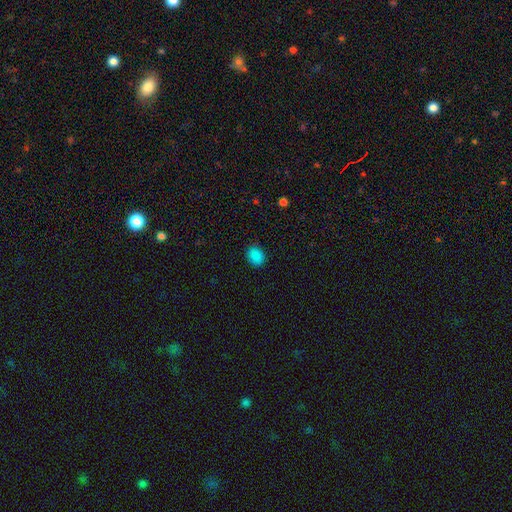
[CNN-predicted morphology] Smooth or featured: smooth — 86% (star or artifact — 11%)
How rounded: in between — 57% (round — 42%)
Merging: none — 86% (minor disturbance — 10%)